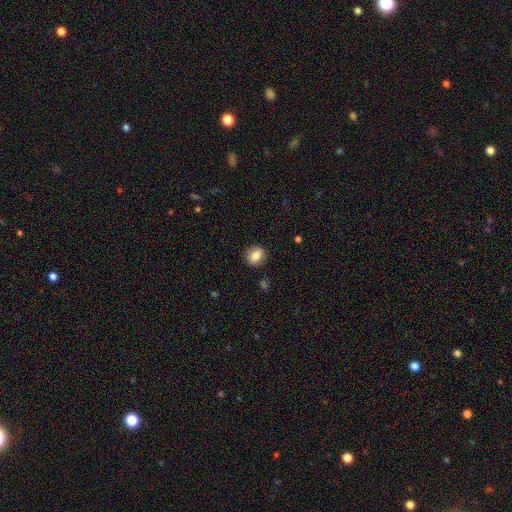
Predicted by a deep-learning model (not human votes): The model was most divided on "how rounded": round: 64%, in between: 34%, cigar-shaped: 1%. More confident: merging — none (87%); smooth or featured — smooth (80%).